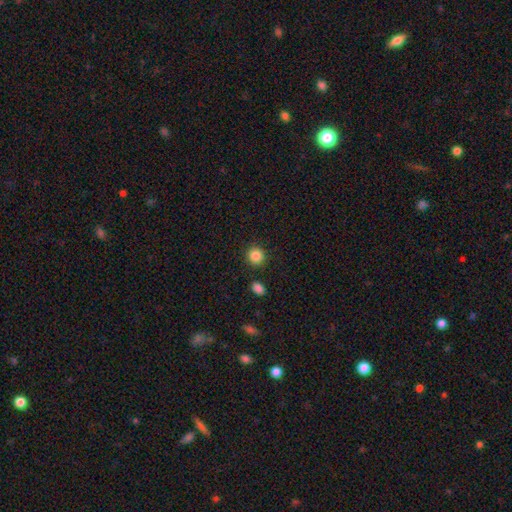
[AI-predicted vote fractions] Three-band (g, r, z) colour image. It shows a smooth galaxy with no disk features (86%) that is round (91%). Merging: none (88%).